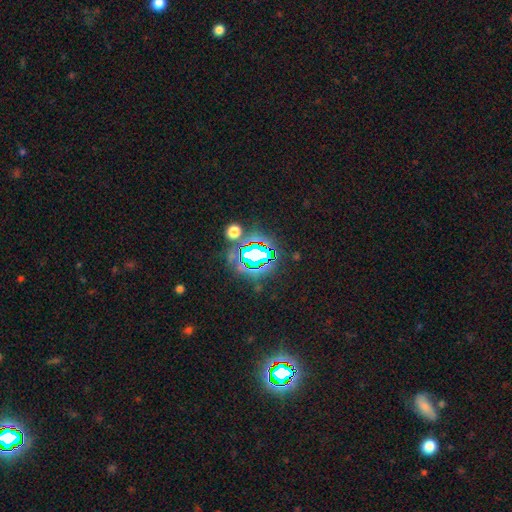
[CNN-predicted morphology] This appears to be a star or artifact, not a galaxy (73%).